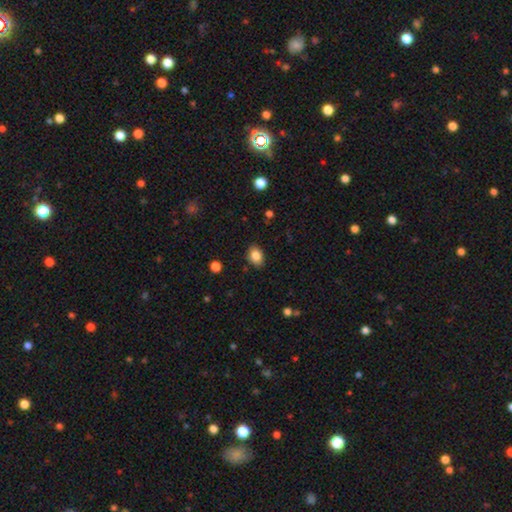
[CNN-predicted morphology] A smooth galaxy with no disk features (85%) that is in between round and cigar-shaped (75%). Merging: none (85%).